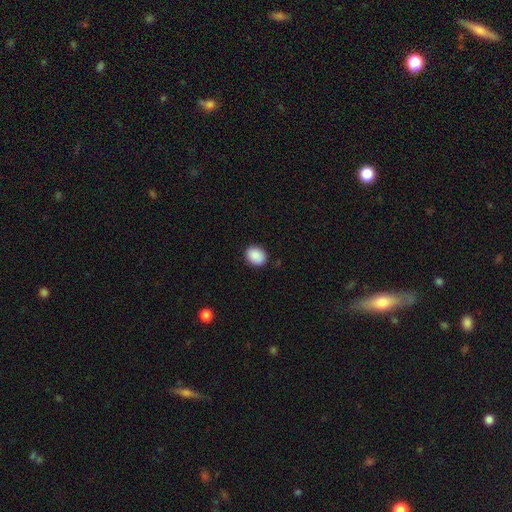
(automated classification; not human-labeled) smooth 89%, star or artifact 8%, featured or disk 3%. Down the decision tree: how rounded — in between (52%); merging — none (88%).